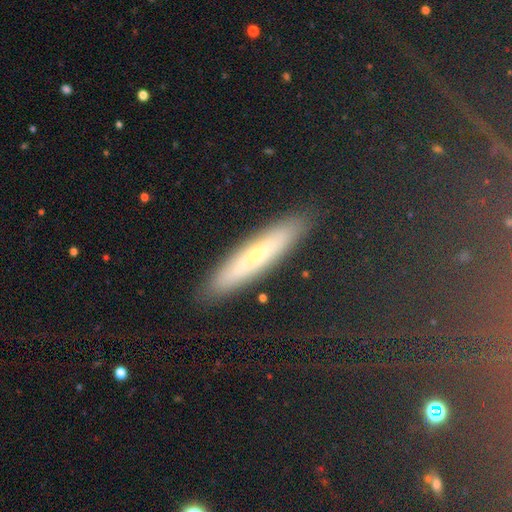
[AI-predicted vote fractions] Smooth or featured?
  - featured or disk: 46% *
  - smooth: 38%
  - star or artifact: 16%
Merging?
  - none: 90% *
  - minor disturbance: 7%
  - major disturbance: 2%
  - merger: 1%